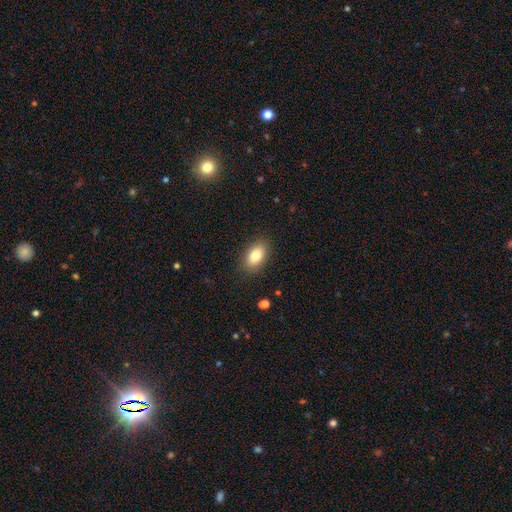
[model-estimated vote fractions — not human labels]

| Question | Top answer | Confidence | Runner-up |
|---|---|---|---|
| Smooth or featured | smooth | 82% | featured or disk (10%) |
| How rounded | in between | 91% | round (7%) |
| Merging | none | 86% | minor disturbance (10%) |